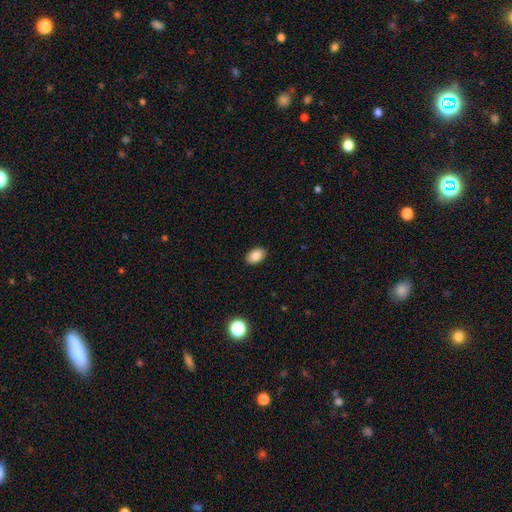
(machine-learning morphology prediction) Smooth or featured? Predicted: smooth (p=0.87). How rounded? Predicted: in between (p=0.87). Merging? Predicted: none (p=0.90).